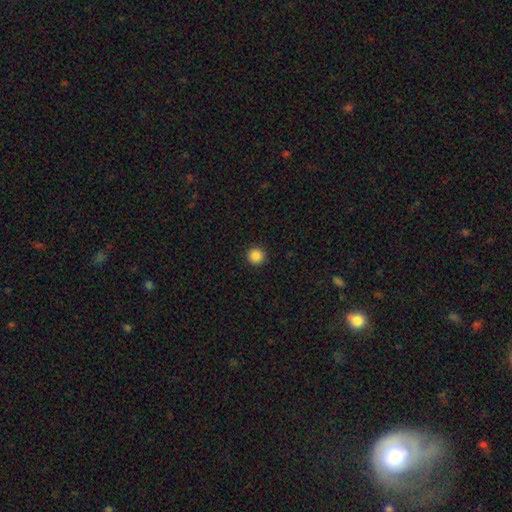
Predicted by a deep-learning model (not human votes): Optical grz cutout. It shows a smooth galaxy with no disk features (87%) that is round (96%). Merging: none (93%).